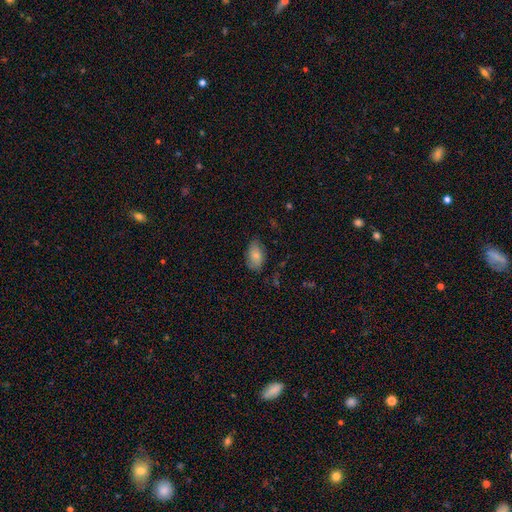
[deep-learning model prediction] A smooth galaxy with no disk features (76%) that is in between round and cigar-shaped (91%).

Vote fractions:
- Smooth or featured? smooth: 76% / featured or disk: 16% / star or artifact: 7%
- How rounded? in between: 91% / round: 7% / cigar-shaped: 2%
- Merging? none: 74% / minor disturbance: 21% / major disturbance: 4% / merger: 1%